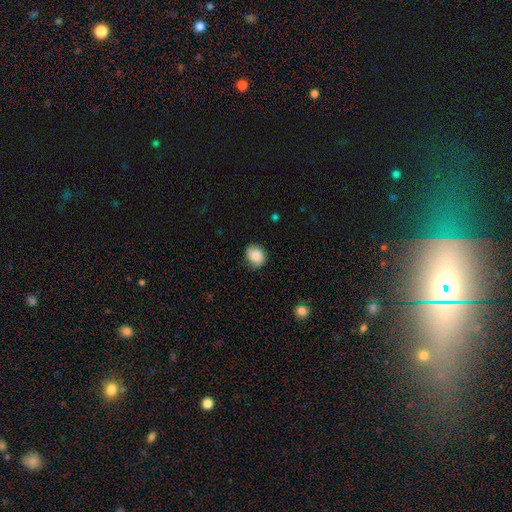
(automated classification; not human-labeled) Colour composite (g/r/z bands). It shows a smooth galaxy with no disk features (70%) that is round (63%). Merging: none (73%).